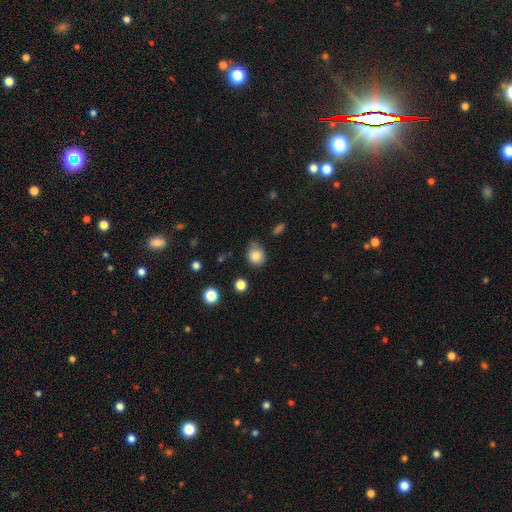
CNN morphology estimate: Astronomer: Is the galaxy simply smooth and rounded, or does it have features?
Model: smooth — 83%.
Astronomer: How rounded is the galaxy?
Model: round — 71%.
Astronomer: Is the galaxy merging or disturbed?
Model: none — 69%.